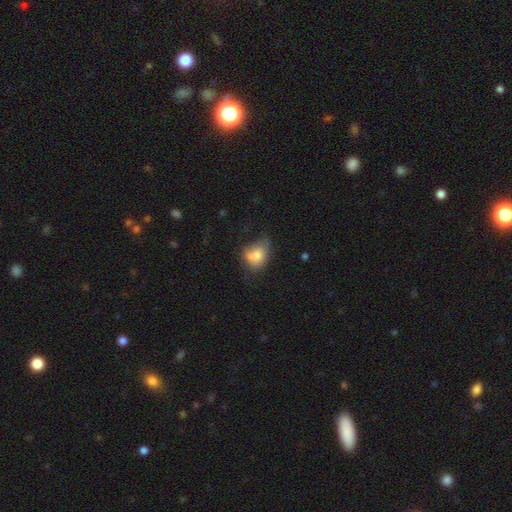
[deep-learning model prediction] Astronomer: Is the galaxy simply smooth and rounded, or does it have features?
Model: smooth — 74%.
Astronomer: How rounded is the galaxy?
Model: in between — 65%.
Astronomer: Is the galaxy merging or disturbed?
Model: none — 35% (runner-up: minor disturbance, 34%).